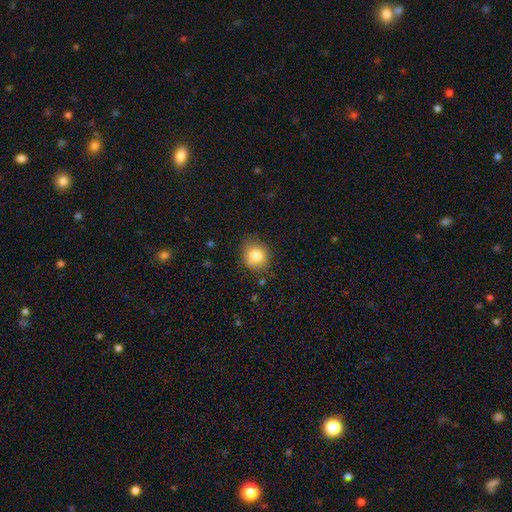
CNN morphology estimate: Smooth or featured? Predicted: smooth (p=0.81). How rounded? Predicted: round (p=0.78). Merging? Predicted: none (p=0.79).